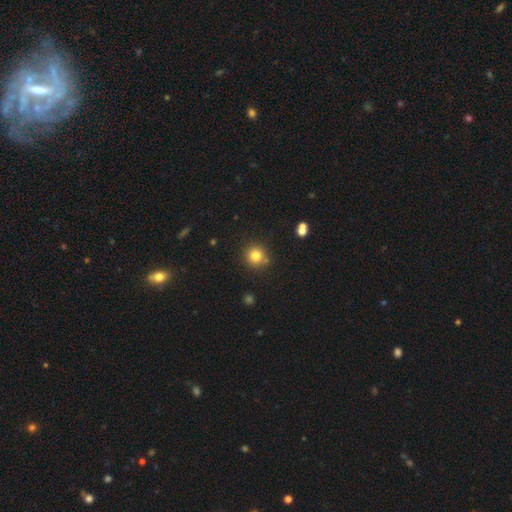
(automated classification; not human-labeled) The model was most divided on "smooth or featured": smooth: 82%, star or artifact: 12%, featured or disk: 6%. More confident: how rounded — round (92%); merging — none (83%).